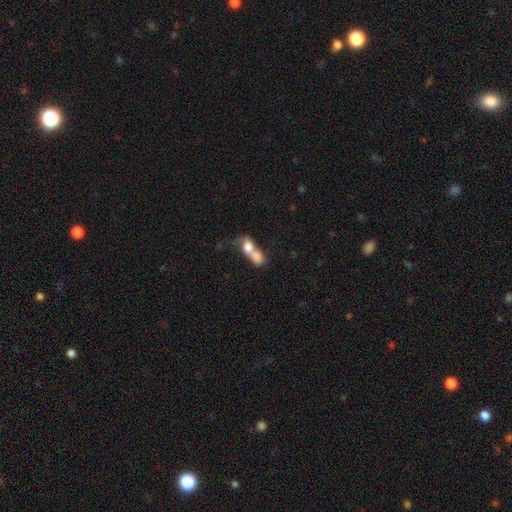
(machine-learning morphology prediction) Q: Smooth or featured?
A: smooth (72%); runner-up: featured or disk (20%)
Q: How rounded?
A: in between (63%); runner-up: round (32%)
Q: Merging?
A: merger (79%); runner-up: none (11%)